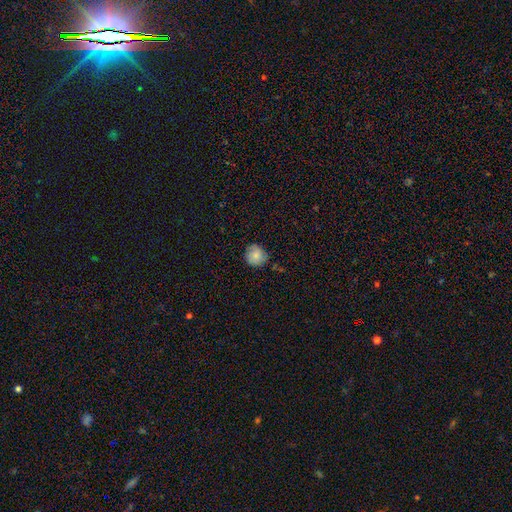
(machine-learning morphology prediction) Smooth or featured?
  - smooth: 80% *
  - featured or disk: 12%
  - star or artifact: 8%
How rounded?
  - round: 87% *
  - in between: 12%
  - cigar-shaped: 1%
Merging?
  - none: 72% *
  - minor disturbance: 23%
  - major disturbance: 3%
  - merger: 2%